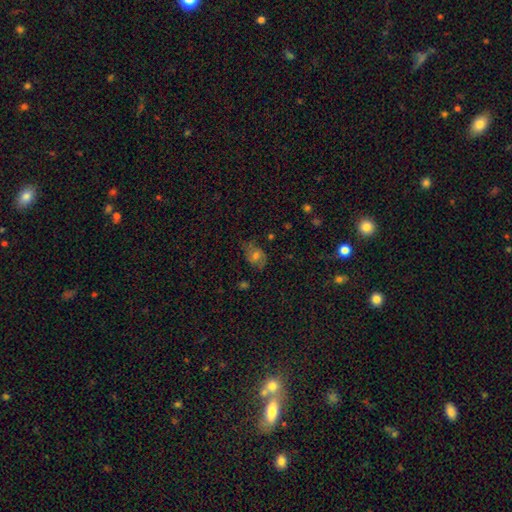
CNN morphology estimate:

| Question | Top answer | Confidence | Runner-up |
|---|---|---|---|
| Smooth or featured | smooth | 43% | featured or disk (42%) |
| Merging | none | 65% | minor disturbance (24%) |